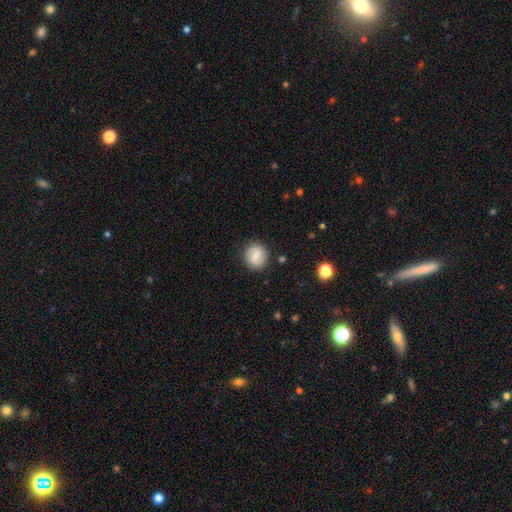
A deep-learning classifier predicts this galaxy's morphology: Smooth or featured? smooth (58%)
How rounded? round (83%)
Merging? none (86%)